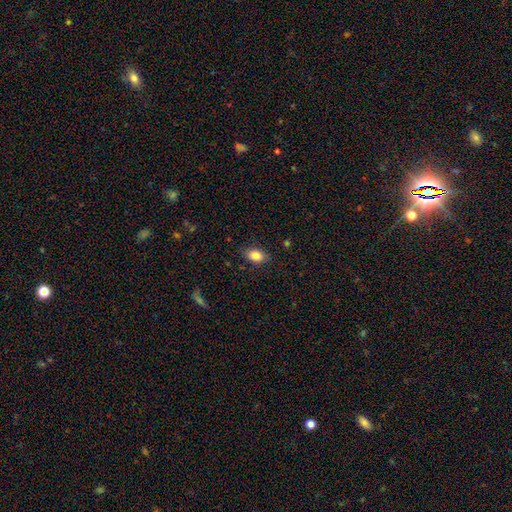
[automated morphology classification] Q: Smooth or featured?
A: smooth (85%); runner-up: star or artifact (9%)
Q: How rounded?
A: in between (83%); runner-up: round (15%)
Q: Merging?
A: none (85%); runner-up: minor disturbance (11%)